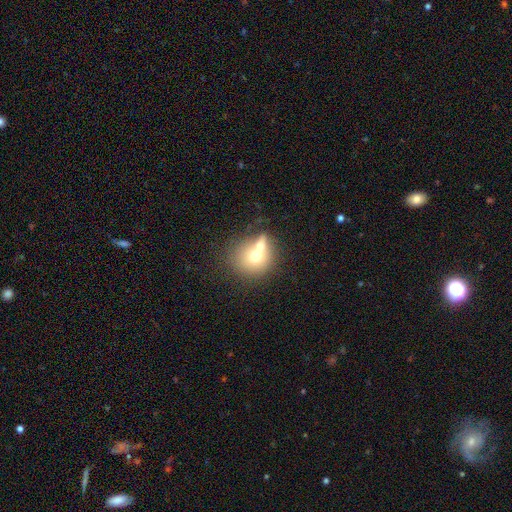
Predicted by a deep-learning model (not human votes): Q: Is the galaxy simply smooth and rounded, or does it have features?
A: smooth — 65%.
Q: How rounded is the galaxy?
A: round — 80%.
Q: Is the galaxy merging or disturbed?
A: merger — 56%.